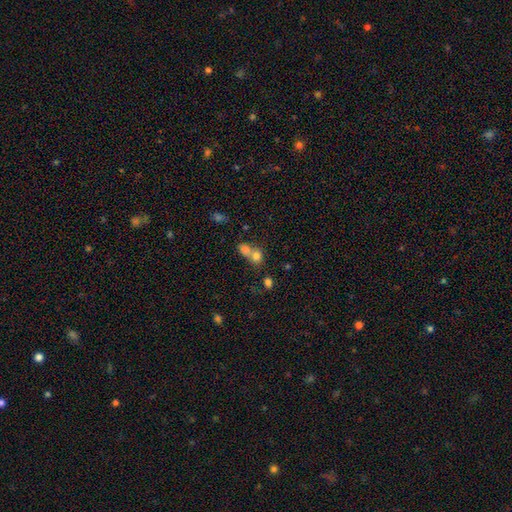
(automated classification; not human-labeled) smooth_or_featured: smooth (p=0.75) [alt: featured or disk p=0.12]
how_rounded: round (p=0.61) [alt: in between p=0.37]
merging: merger (p=0.60) [alt: none p=0.29]